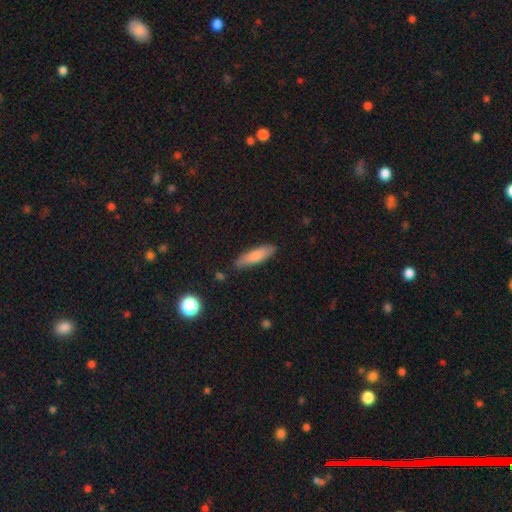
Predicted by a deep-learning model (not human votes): smooth_or_featured: smooth (p=0.79) [alt: featured or disk p=0.15]
how_rounded: cigar-shaped (p=0.64) [alt: in between p=0.34]
merging: none (p=0.83) [alt: minor disturbance p=0.12]